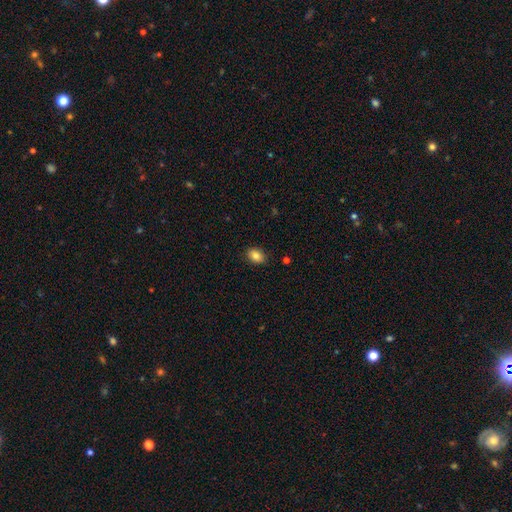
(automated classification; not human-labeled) smooth_or_featured: smooth (p=0.84) [alt: star or artifact p=0.09]
how_rounded: in between (p=0.74) [alt: round p=0.25]
merging: none (p=0.88) [alt: minor disturbance p=0.09]